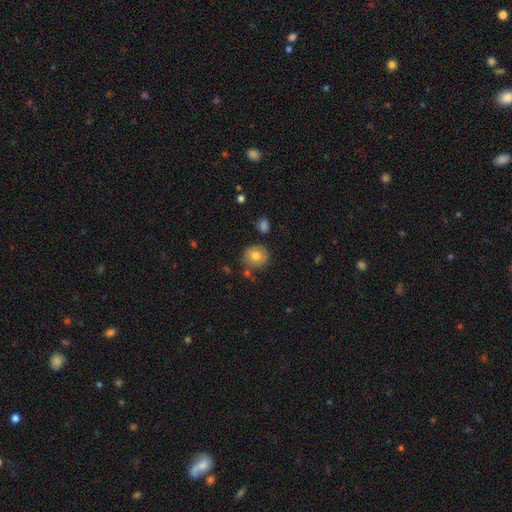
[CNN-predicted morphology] smooth 75%, featured or disk 17%, star or artifact 9%. Down the decision tree: how rounded — round (82%); merging — none (77%).